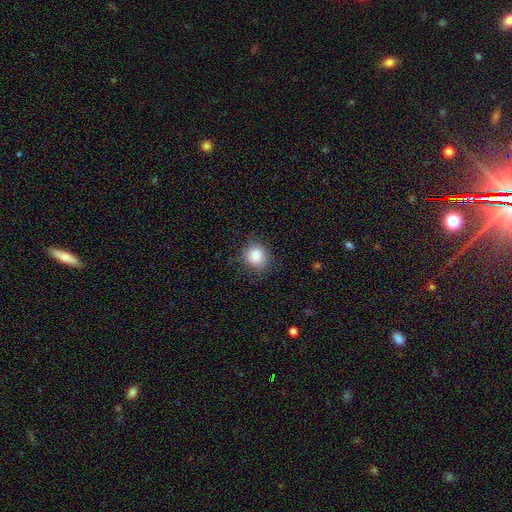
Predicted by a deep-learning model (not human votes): This appears to be a smooth galaxy with no disk features (85%) that is round (75%). Merging: none (78%).